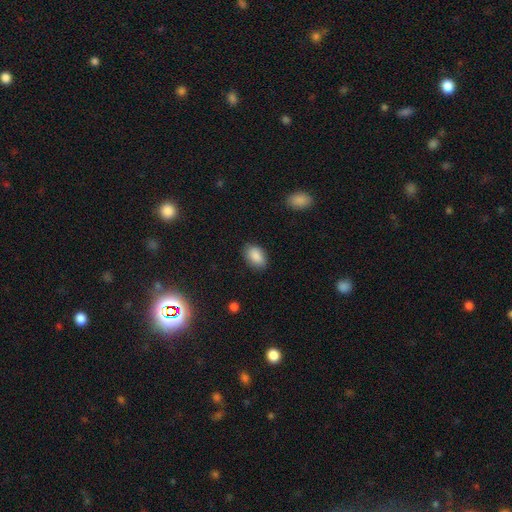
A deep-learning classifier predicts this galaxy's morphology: type=smooth (88%); roundness=in between (89%); merging=none (83%).